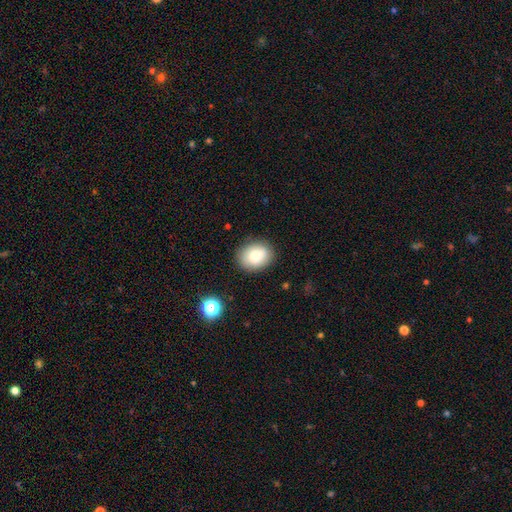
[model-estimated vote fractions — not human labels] This appears to be a smooth galaxy with no disk features (79%) that is in between round and cigar-shaped (50%). Merging: none (86%).